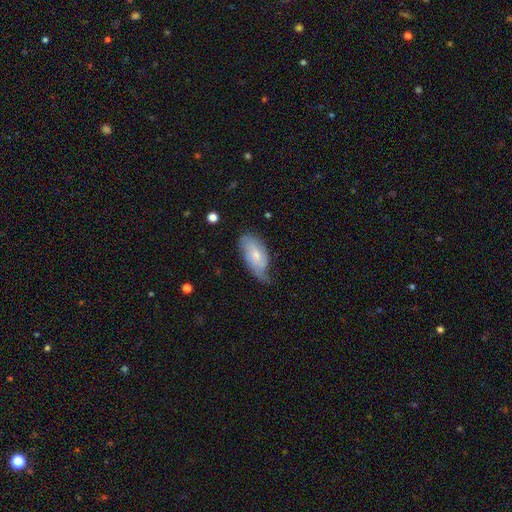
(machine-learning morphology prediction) Smooth or featured?
  - featured or disk: 48% *
  - smooth: 45%
  - star or artifact: 6%
Merging?
  - none: 42% *
  - minor disturbance: 40%
  - major disturbance: 16%
  - merger: 2%